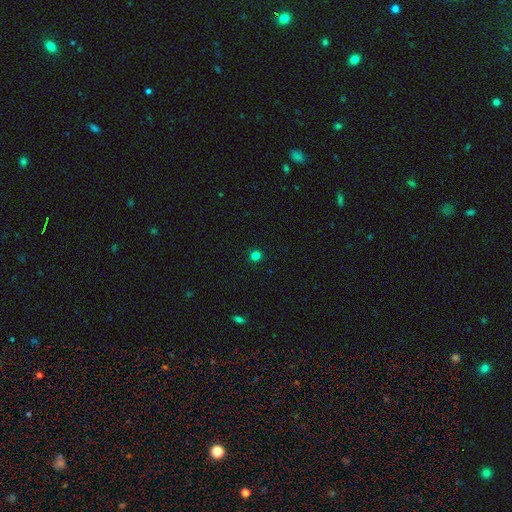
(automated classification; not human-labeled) Morphology: type=smooth (79%); roundness=round (93%); merging=none (92%).